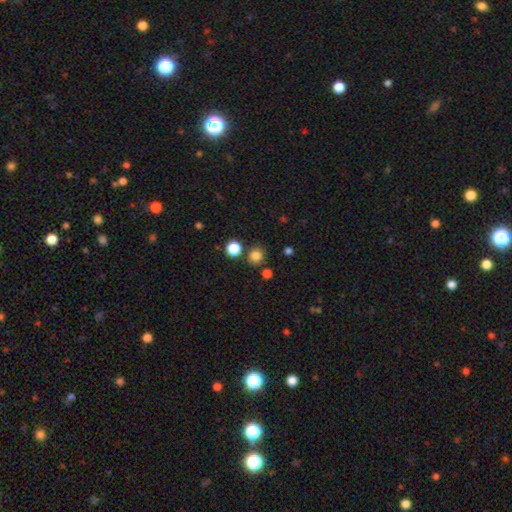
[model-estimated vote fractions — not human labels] A smooth galaxy with no disk features (82%) that is round (89%).

Vote fractions:
- Smooth or featured? smooth: 82% / star or artifact: 14% / featured or disk: 4%
- How rounded? round: 89% / in between: 10% / cigar-shaped: 1%
- Merging? none: 80% / merger: 8% / minor disturbance: 8% / major disturbance: 3%